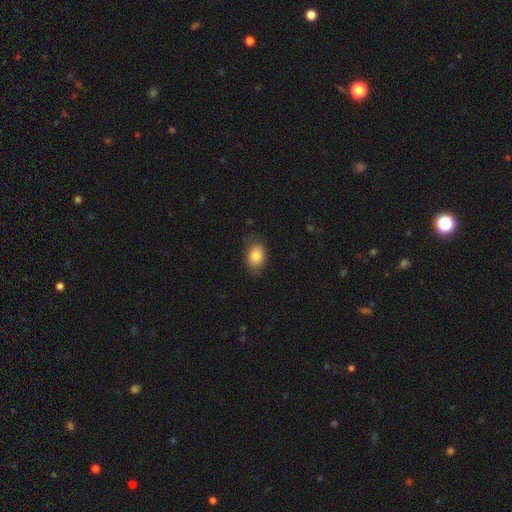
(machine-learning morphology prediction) Smooth or featured? Predicted: smooth (p=0.83). How rounded? Predicted: in between (p=0.71). Merging? Predicted: none (p=0.76).